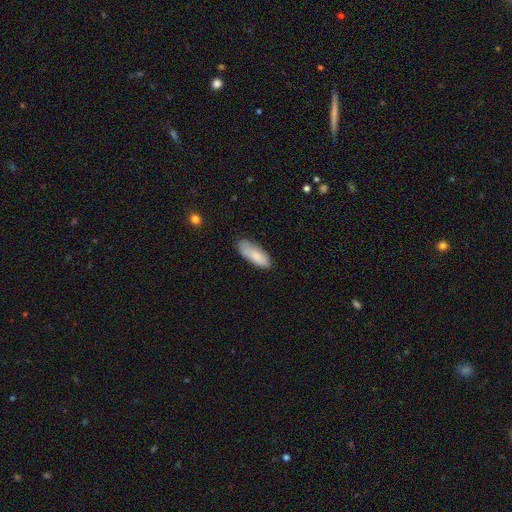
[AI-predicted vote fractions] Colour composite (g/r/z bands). It shows a smooth galaxy with no disk features (83%) that is in between round and cigar-shaped (69%). Merging: none (73%).